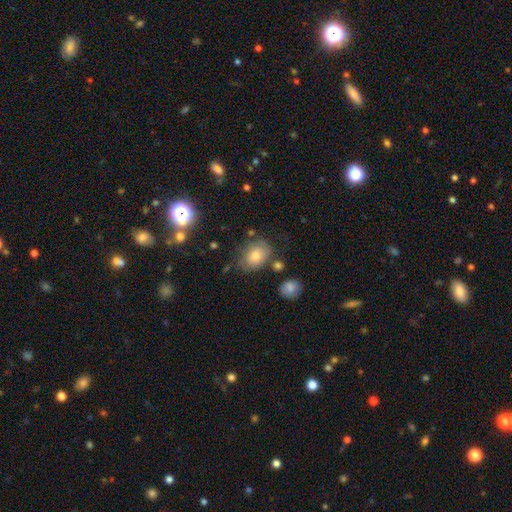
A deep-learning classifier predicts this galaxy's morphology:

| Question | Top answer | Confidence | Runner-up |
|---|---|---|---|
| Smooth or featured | smooth | 65% | featured or disk (22%) |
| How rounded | in between | 66% | round (33%) |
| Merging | none | 66% | minor disturbance (20%) |